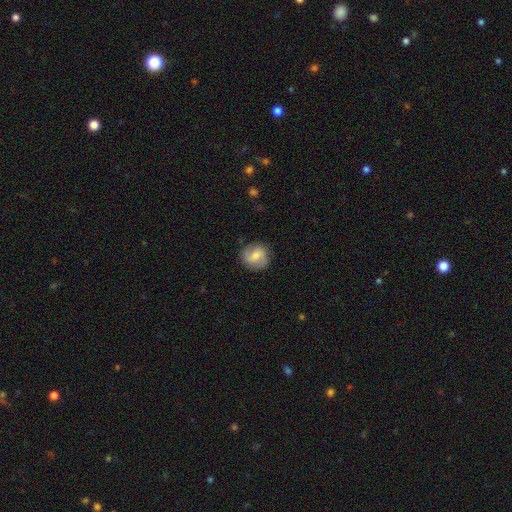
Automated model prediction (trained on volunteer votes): The model was most divided on "smooth or featured": smooth: 51%, featured or disk: 41%, star or artifact: 8%. More confident: how rounded — round (84%); merging — none (80%).